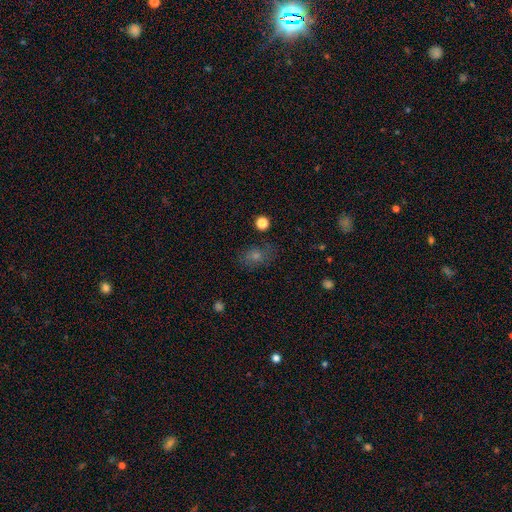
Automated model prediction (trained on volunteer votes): Q: Smooth or featured?
A: smooth (53%); runner-up: star or artifact (28%)
Q: How rounded?
A: in between (65%); runner-up: round (32%)
Q: Merging?
A: none (75%); runner-up: minor disturbance (16%)